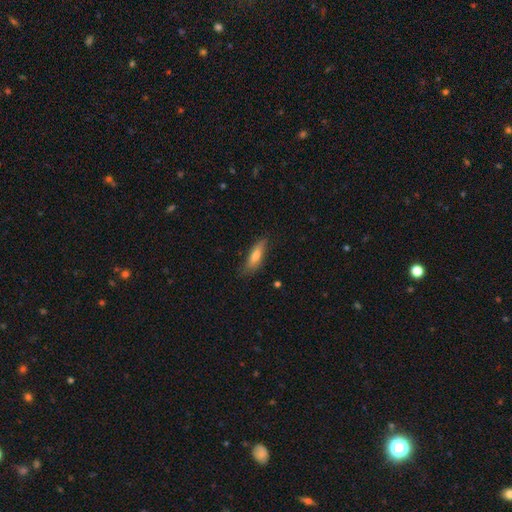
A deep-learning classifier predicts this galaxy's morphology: Smooth or featured? smooth (66%)
How rounded? cigar-shaped (63%)
Merging? none (77%)